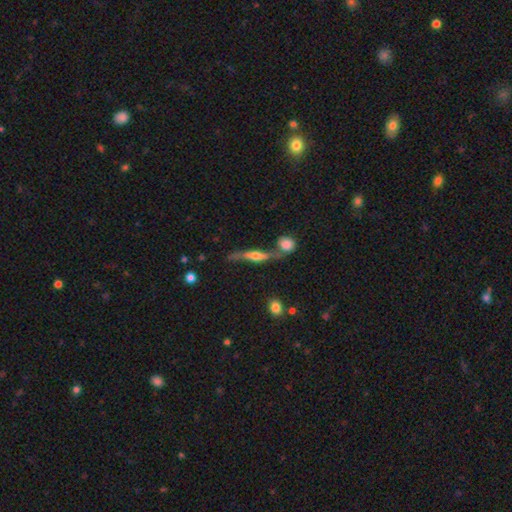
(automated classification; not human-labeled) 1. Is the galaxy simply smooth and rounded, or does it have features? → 64% featured or disk, 28% smooth, 8% star or artifact.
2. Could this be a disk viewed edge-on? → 74% yes, 26% no.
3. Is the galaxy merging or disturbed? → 52% none, 22% merger, 17% minor disturbance, 8% major disturbance.